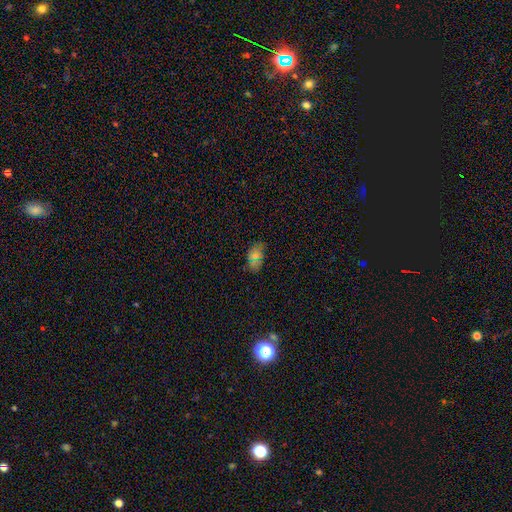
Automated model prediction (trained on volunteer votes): This appears to be a smooth galaxy with no disk features (55%) that is in between round and cigar-shaped (87%). Merging: none (76%).